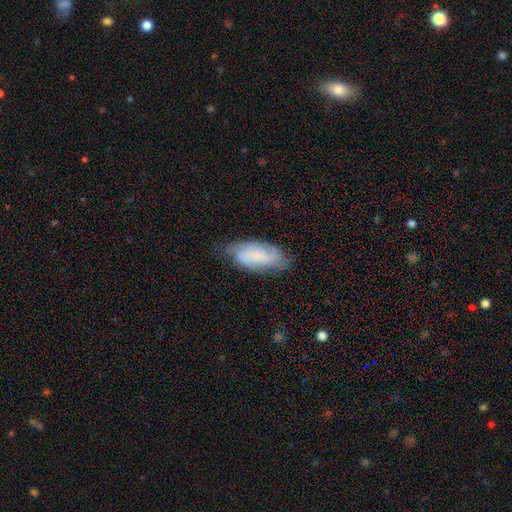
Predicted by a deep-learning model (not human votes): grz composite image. It shows a featured or disk galaxy (57%) with no bar (53%), spiral arms (91%) and a small central bulge (65%). Merging: none (72%).